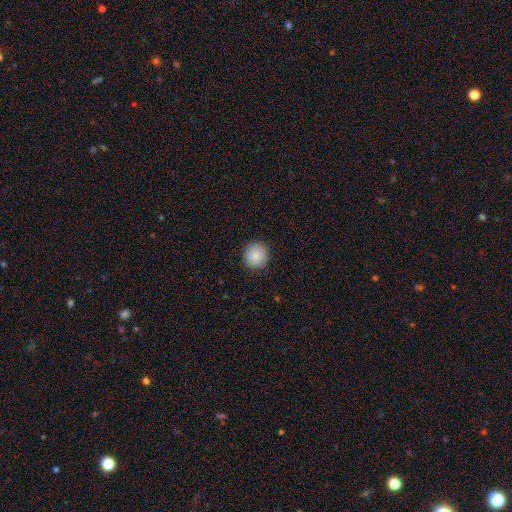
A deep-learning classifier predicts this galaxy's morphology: smooth 88%, star or artifact 8%, featured or disk 4%. Down the decision tree: how rounded — round (95%); merging — none (92%).